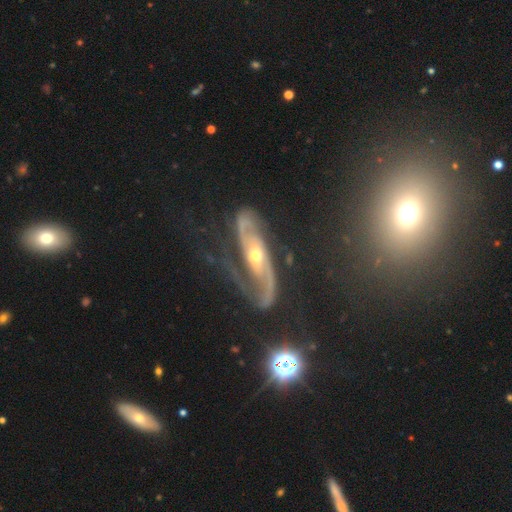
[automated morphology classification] smooth_or_featured: featured or disk (p=0.88) [alt: star or artifact p=0.07]
disk_edge_on: no (p=0.92) [alt: yes p=0.08]
bar: no (p=0.53) [alt: weak p=0.29]
has_spiral_arms: yes (p=0.97) [alt: no p=0.03]
spiral_winding: medium (p=0.48) [alt: loose p=0.28]
spiral_arm_count: 2 (p=0.85) [alt: 1 p=0.04]
bulge_size: moderate (p=0.66) [alt: small p=0.27]
merging: none (p=0.57) [alt: minor disturbance p=0.20]